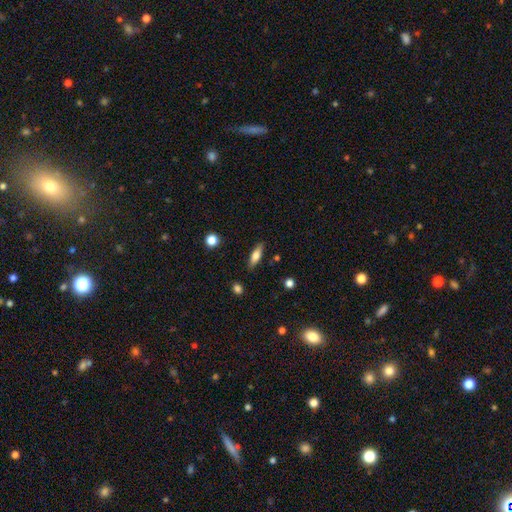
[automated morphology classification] smooth_or_featured: smooth (p=0.65) [alt: featured or disk p=0.28]
how_rounded: in between (p=0.50) [alt: cigar-shaped p=0.47]
merging: none (p=0.86) [alt: minor disturbance p=0.10]